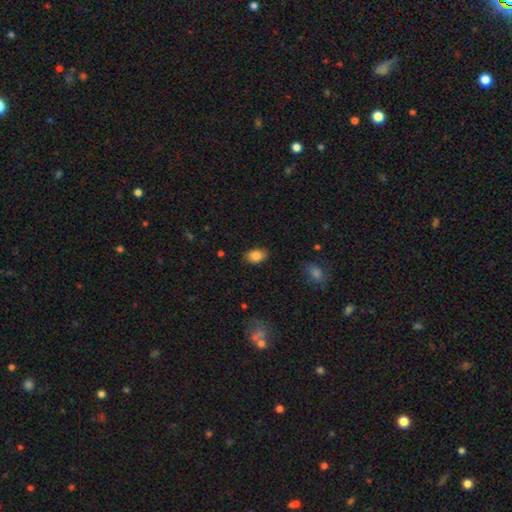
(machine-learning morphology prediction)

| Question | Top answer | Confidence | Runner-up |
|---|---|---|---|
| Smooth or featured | smooth | 85% | star or artifact (8%) |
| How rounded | in between | 77% | round (21%) |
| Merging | none | 80% | minor disturbance (16%) |